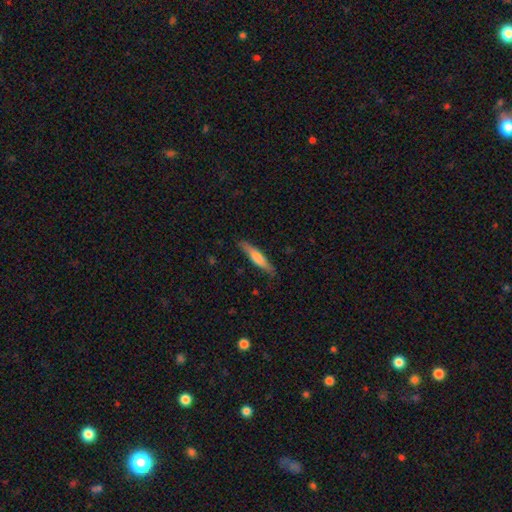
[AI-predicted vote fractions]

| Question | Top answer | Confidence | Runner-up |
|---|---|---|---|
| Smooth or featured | featured or disk | 51% | smooth (43%) |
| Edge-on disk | yes | 95% | no (5%) |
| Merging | none | 87% | minor disturbance (10%) |